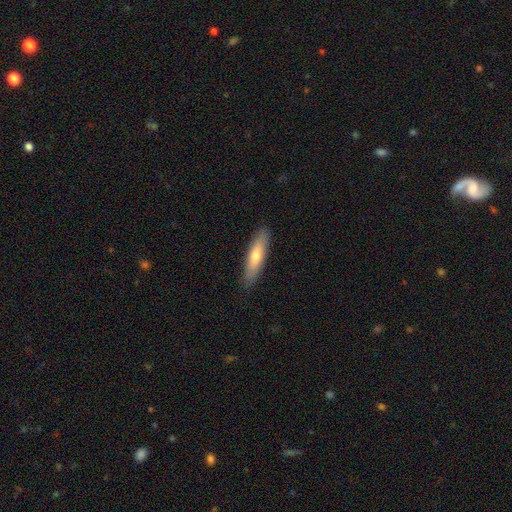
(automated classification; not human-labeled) smooth-or-featured: smooth: 66% | featured or disk: 28% | star or artifact: 5%
  how-rounded: cigar-shaped: 75% | in between: 24% | round: 2%
  merging: none: 88% | minor disturbance: 9% | major disturbance: 2% | merger: 1%